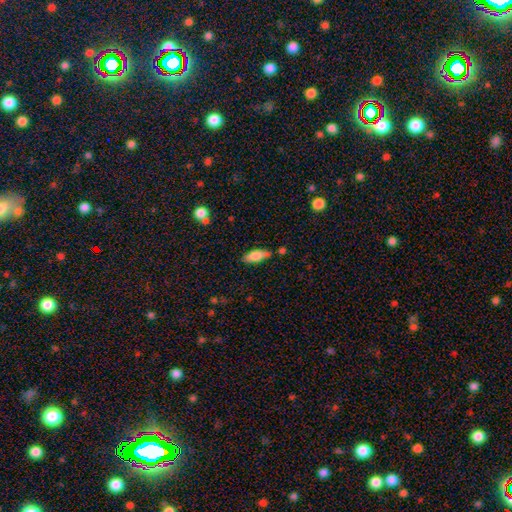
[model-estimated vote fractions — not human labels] A smooth galaxy with no disk features (77%) that is in between round and cigar-shaped (70%).

Vote fractions:
- Smooth or featured? smooth: 77% / featured or disk: 16% / star or artifact: 7%
- How rounded? in between: 70% / cigar-shaped: 28% / round: 2%
- Merging? none: 72% / minor disturbance: 19% / merger: 5% / major disturbance: 4%